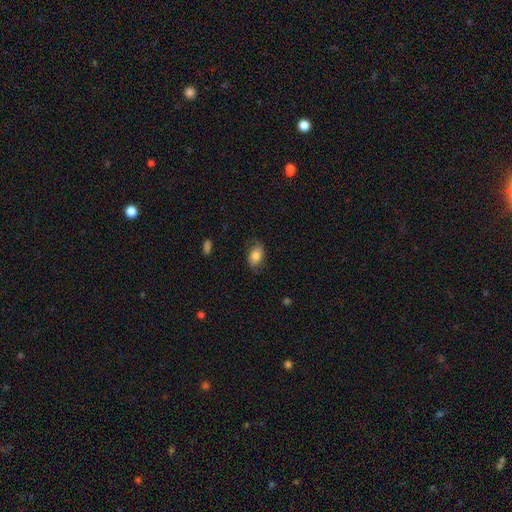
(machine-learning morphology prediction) A smooth galaxy with no disk features (79%) that is in between round and cigar-shaped (87%). Merging: none (74%).